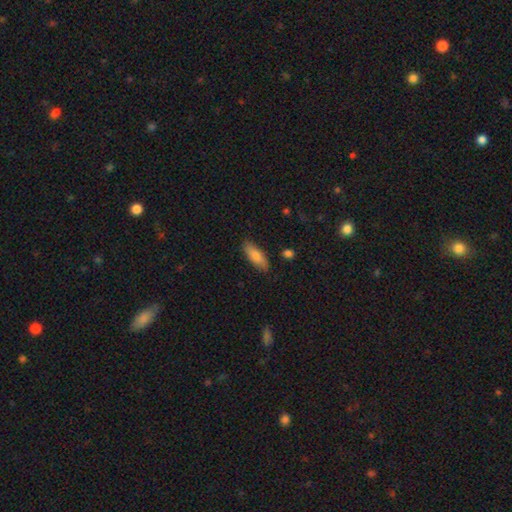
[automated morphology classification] smooth 78%, featured or disk 16%, star or artifact 6%. Down the decision tree: how rounded — in between (64%); merging — none (85%).